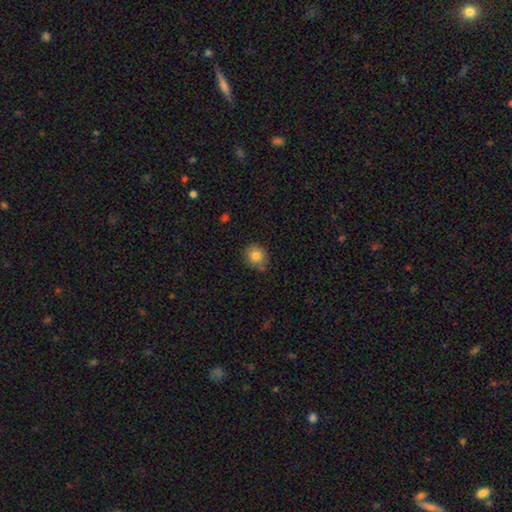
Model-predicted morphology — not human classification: This appears to be a smooth galaxy with no disk features (82%) that is round (71%). Merging: none (74%).